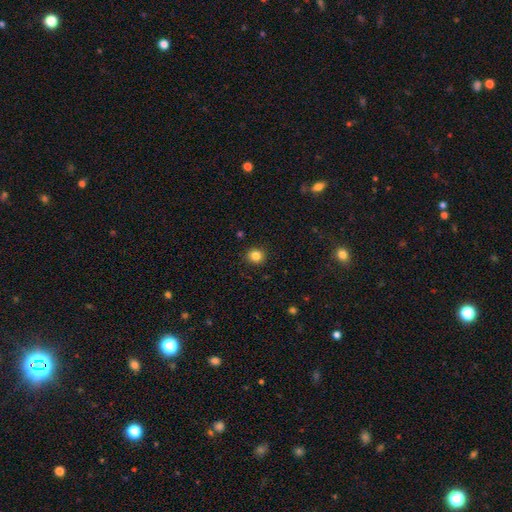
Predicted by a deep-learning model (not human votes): Q: Smooth or featured?
A: smooth (84%); runner-up: star or artifact (12%)
Q: How rounded?
A: round (87%); runner-up: in between (12%)
Q: Merging?
A: none (91%); runner-up: minor disturbance (6%)